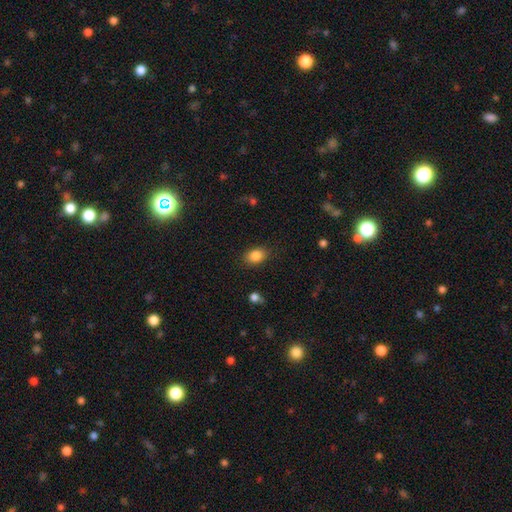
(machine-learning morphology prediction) A smooth galaxy with no disk features (86%) that is in between round and cigar-shaped (74%). Merging: none (83%).